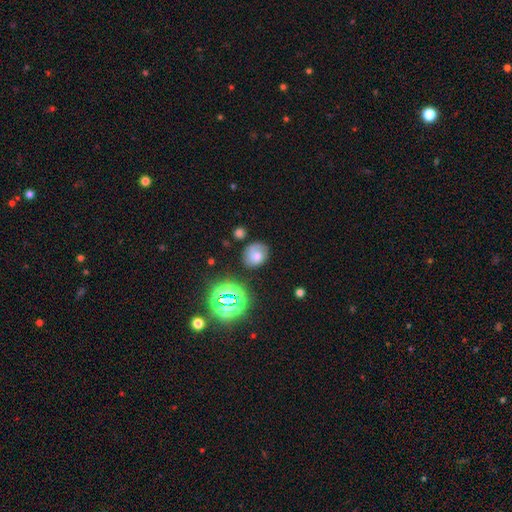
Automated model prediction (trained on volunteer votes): A smooth galaxy with no disk features (57%) that is round (59%). Merging: none (63%).